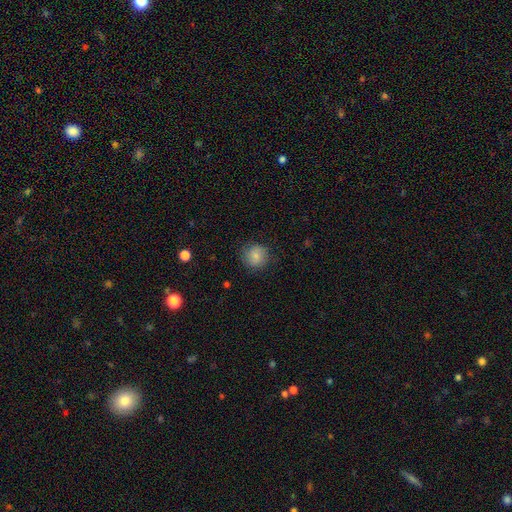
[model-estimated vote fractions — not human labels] smooth 78%, featured or disk 14%, star or artifact 9%. Down the decision tree: how rounded — round (90%); merging — none (82%).